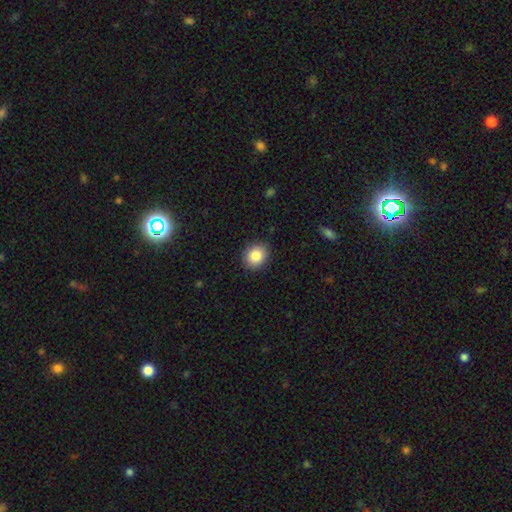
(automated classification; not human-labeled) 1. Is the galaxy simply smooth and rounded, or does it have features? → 85% smooth, 9% star or artifact, 6% featured or disk.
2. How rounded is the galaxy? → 65% round, 34% in between, 1% cigar-shaped.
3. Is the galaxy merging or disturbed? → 89% none, 8% minor disturbance, 2% major disturbance, 1% merger.